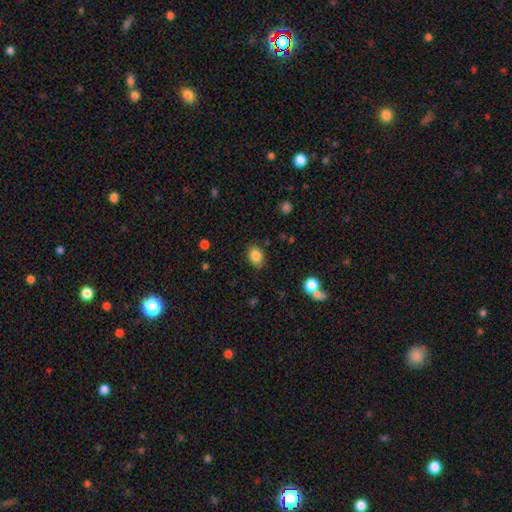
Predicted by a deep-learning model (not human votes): Q: Smooth or featured?
A: smooth (85%); runner-up: star or artifact (10%)
Q: How rounded?
A: in between (62%); runner-up: round (37%)
Q: Merging?
A: none (83%); runner-up: minor disturbance (12%)